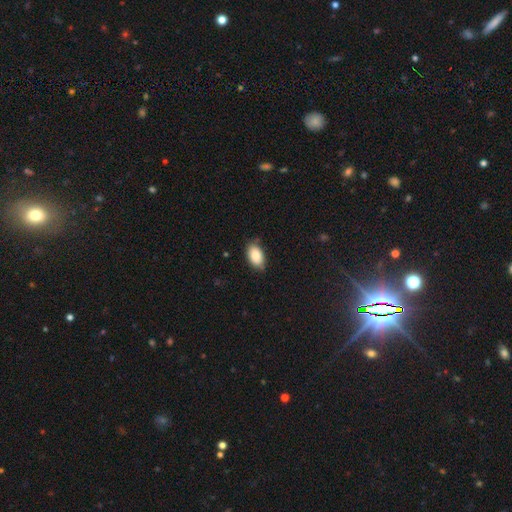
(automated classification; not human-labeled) smooth-or-featured: smooth: 84% | featured or disk: 9% | star or artifact: 7%
  how-rounded: in between: 92% | round: 6% | cigar-shaped: 2%
  merging: none: 76% | minor disturbance: 20% | major disturbance: 3% | merger: 1%